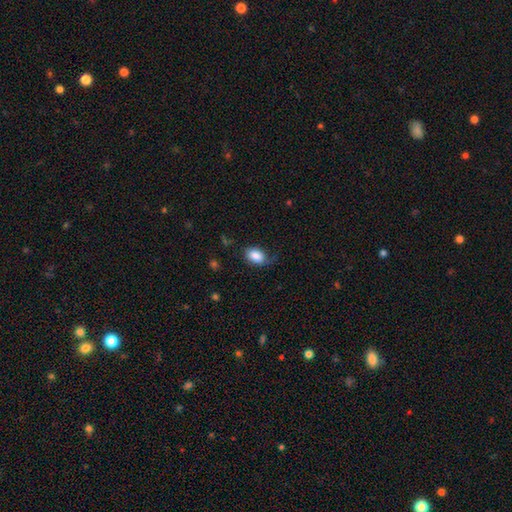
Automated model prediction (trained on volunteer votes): This appears to be a smooth galaxy with no disk features (85%) that is in between round and cigar-shaped (87%). Merging: none (64%).